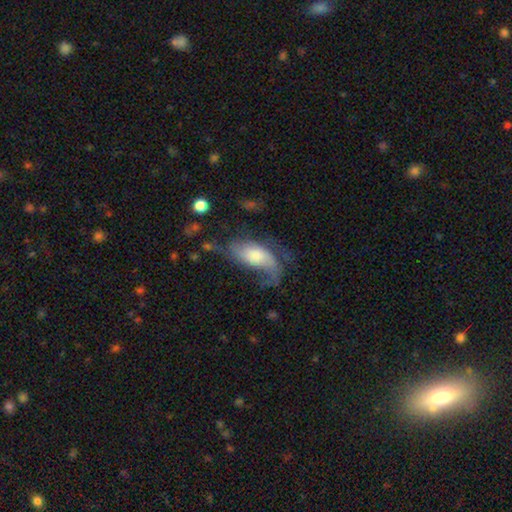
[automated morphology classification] type=featured or disk (55%); edge-on=no (90%); merging=none (37%).